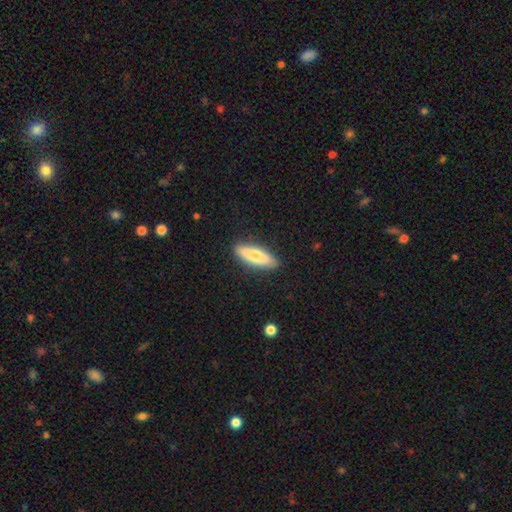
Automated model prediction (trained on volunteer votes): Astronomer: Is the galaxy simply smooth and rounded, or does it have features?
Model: smooth — 73%.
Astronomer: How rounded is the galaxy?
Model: cigar-shaped — 61% (runner-up: in between, 37%).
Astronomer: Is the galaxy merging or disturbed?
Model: none — 89%.